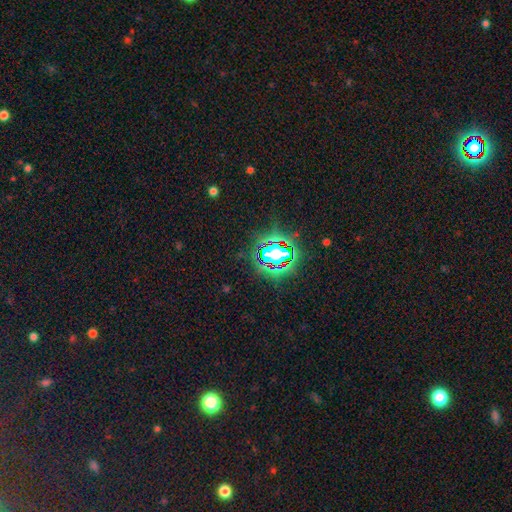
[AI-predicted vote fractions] smooth_or_featured: star or artifact (p=0.81) [alt: smooth p=0.12]